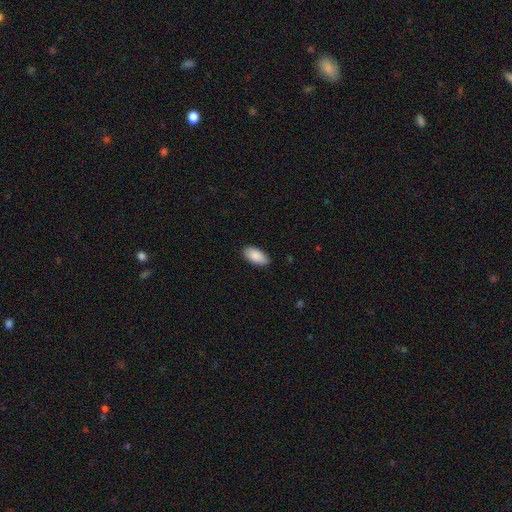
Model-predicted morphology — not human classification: This appears to be a smooth galaxy with no disk features (88%) that is in between round and cigar-shaped (94%). Merging: none (85%).